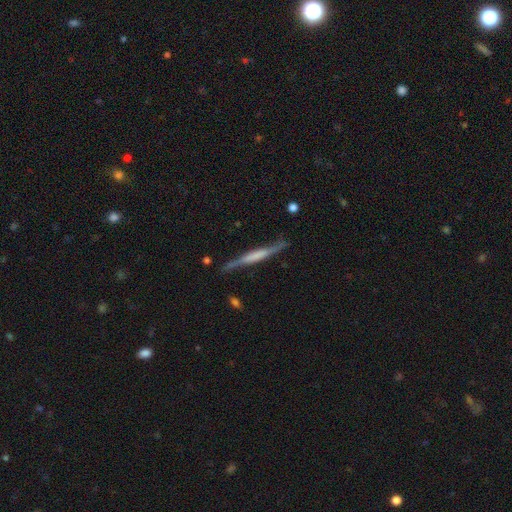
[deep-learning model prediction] smooth-or-featured: featured or disk: 62% | smooth: 32% | star or artifact: 6%
  disk-edge-on: yes: 94% | no: 6%
    edge-on-bulge: none: 41% | boxy: 40% | rounded: 19%
  merging: none: 76% | minor disturbance: 18% | major disturbance: 4% | merger: 3%